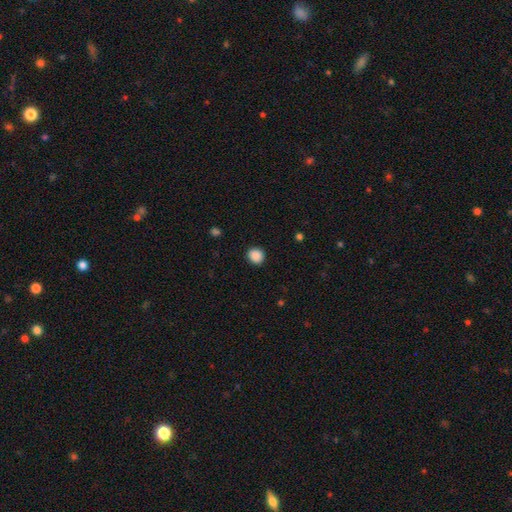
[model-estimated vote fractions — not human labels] The model was most divided on "how rounded": round: 86%, in between: 13%, cigar-shaped: 1%. More confident: merging — none (91%); smooth or featured — smooth (89%).